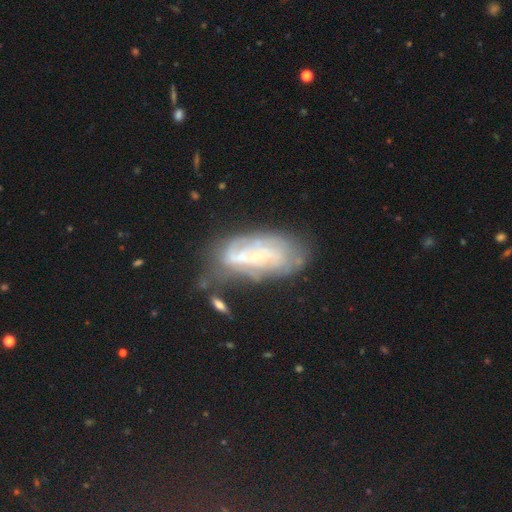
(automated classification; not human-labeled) smooth-or-featured: featured or disk: 72% | smooth: 20% | star or artifact: 8%
  disk-edge-on: no: 90% | yes: 10%
    bar: no: 46% | weak: 36% | strong: 17%
    has-spiral-arms: yes: 74% | no: 26%
    bulge-size: small: 76% | moderate: 15% | none: 6% | large: 2% | dominant: 1%
  merging: none: 53% | minor disturbance: 25% | major disturbance: 15% | merger: 8%